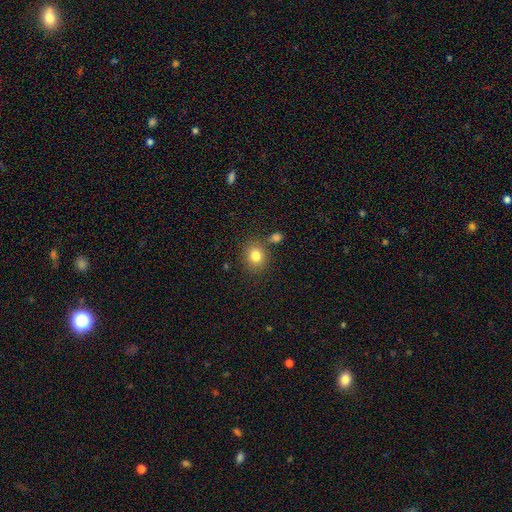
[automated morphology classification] Smooth or featured: smooth — 81% (star or artifact — 11%)
How rounded: round — 72% (in between — 27%)
Merging: none — 78% (minor disturbance — 11%)